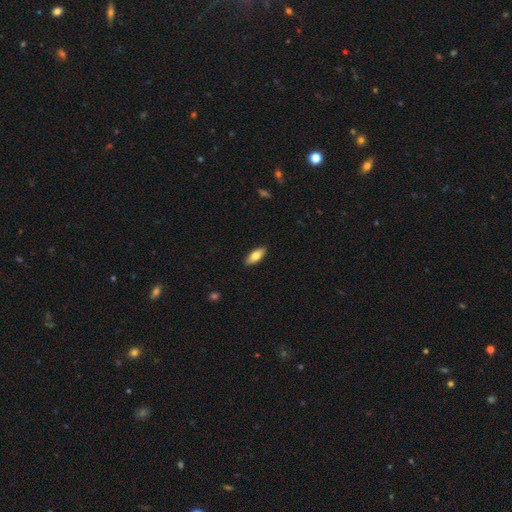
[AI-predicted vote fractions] A smooth galaxy with no disk features (76%) that is in between round and cigar-shaped (77%). Merging: none (89%).